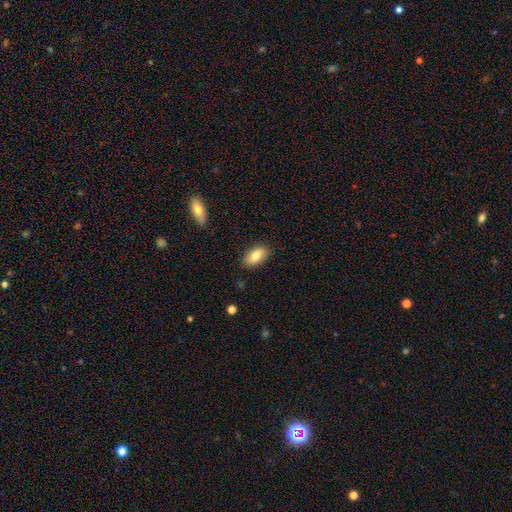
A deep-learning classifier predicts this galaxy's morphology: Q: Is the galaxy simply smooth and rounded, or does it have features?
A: smooth — 80%.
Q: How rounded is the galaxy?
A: in between — 91%.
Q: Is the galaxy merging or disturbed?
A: none — 86%.